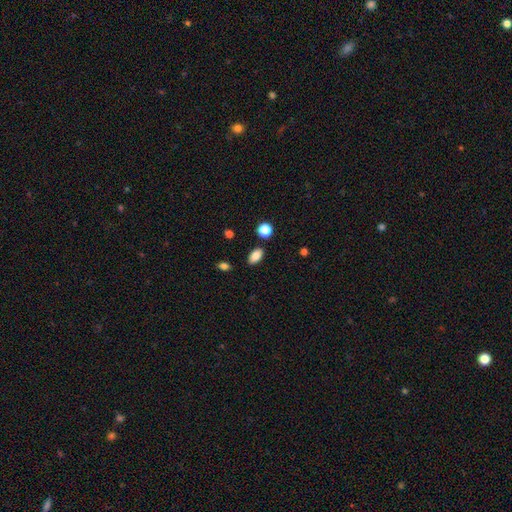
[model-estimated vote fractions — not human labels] smooth 86%, star or artifact 9%, featured or disk 6%. Down the decision tree: how rounded — in between (89%); merging — none (84%).